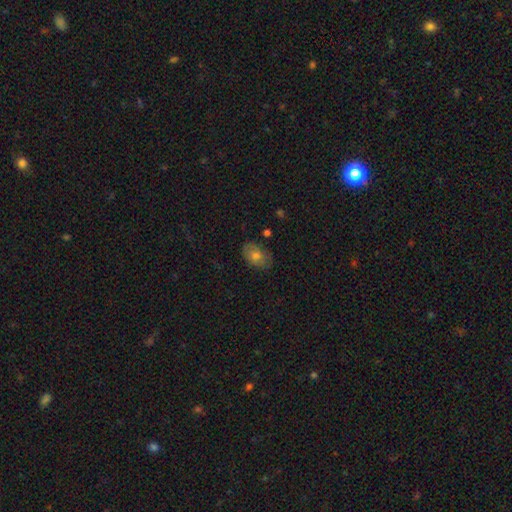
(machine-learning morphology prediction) This appears to be a smooth galaxy with no disk features (69%) that is in between round and cigar-shaped (82%). Merging: none (76%).